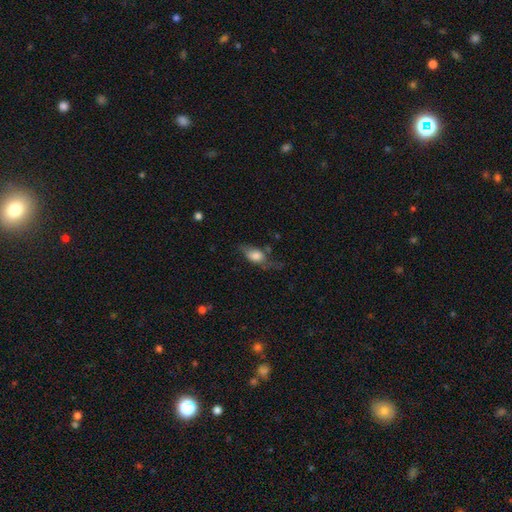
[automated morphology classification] smooth 66%, featured or disk 26%, star or artifact 8%. Down the decision tree: how rounded — in between (80%); merging — none (37%).